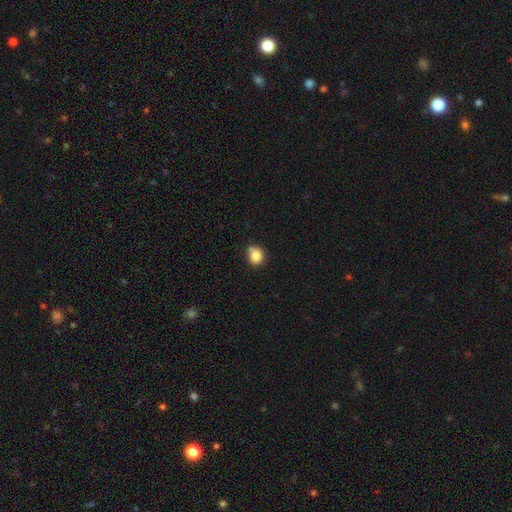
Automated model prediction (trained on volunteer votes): smooth_or_featured: smooth (p=0.83) [alt: star or artifact p=0.10]
how_rounded: round (p=0.81) [alt: in between p=0.18]
merging: none (p=0.67) [alt: minor disturbance p=0.17]